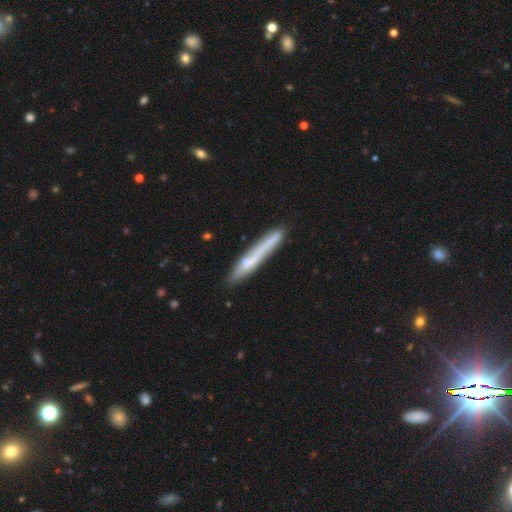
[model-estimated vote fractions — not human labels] Smooth or featured?
  - smooth: 54% *
  - featured or disk: 38%
  - star or artifact: 8%
How rounded?
  - cigar-shaped: 96% *
  - in between: 3%
  - round: 1%
Merging?
  - none: 79% *
  - minor disturbance: 15%
  - merger: 3%
  - major disturbance: 3%